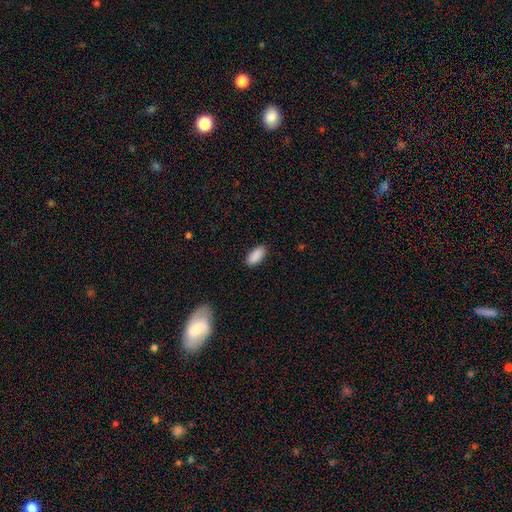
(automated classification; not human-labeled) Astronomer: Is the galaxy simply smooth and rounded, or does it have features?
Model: smooth — 90%.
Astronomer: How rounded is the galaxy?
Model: in between — 89%.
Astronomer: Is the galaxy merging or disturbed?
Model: none — 88%.